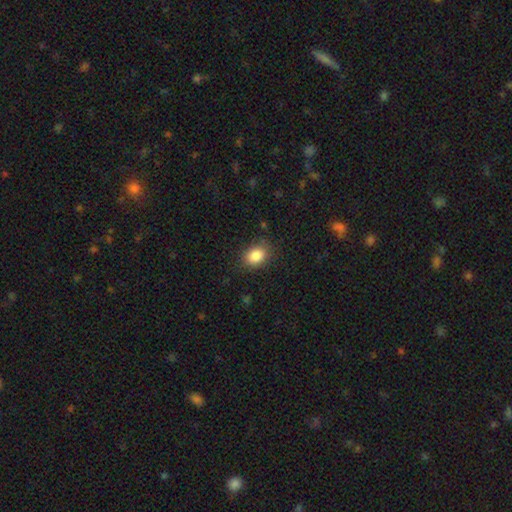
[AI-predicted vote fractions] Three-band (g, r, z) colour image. It shows a smooth galaxy with no disk features (86%) that is in between round and cigar-shaped (62%). Merging: none (81%).